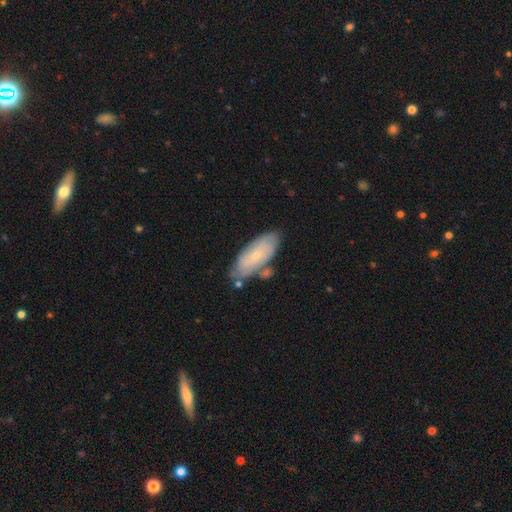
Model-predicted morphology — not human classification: A smooth galaxy with no disk features (56%) that is in between round and cigar-shaped (81%). Merging: none (65%).